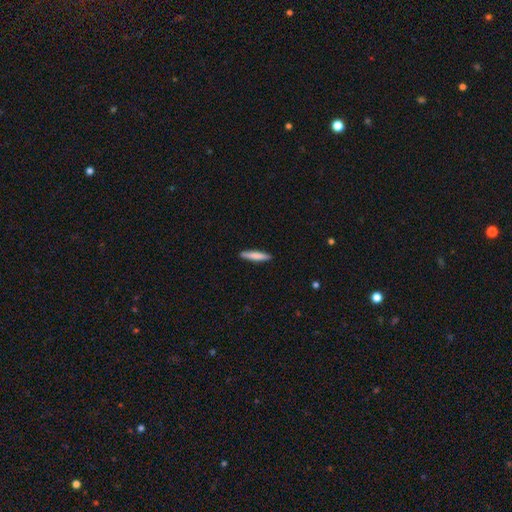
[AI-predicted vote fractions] smooth-or-featured: smooth: 79% | featured or disk: 16% | star or artifact: 5%
  how-rounded: cigar-shaped: 89% | in between: 9% | round: 1%
  merging: none: 89% | minor disturbance: 8% | major disturbance: 1% | merger: 1%